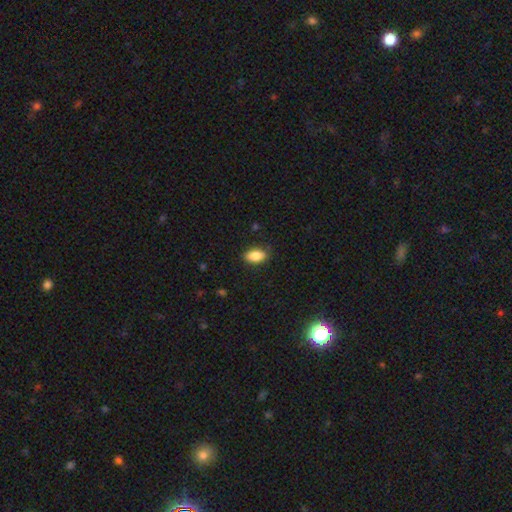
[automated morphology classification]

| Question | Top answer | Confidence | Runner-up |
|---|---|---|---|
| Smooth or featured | smooth | 86% | star or artifact (7%) |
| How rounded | in between | 90% | round (6%) |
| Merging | none | 85% | minor disturbance (12%) |